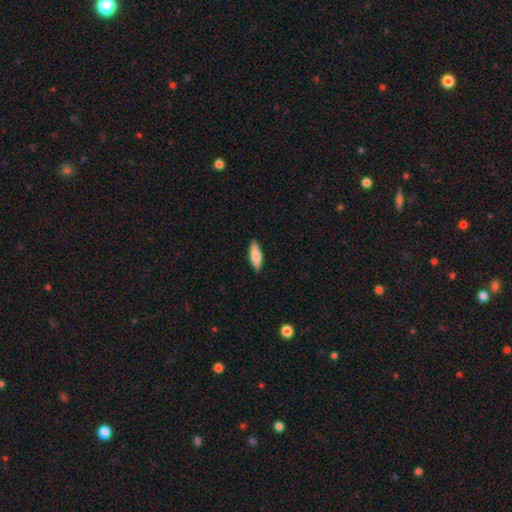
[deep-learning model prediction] The model was most divided on "how rounded": in between: 50%, cigar-shaped: 49%, round: 2%. More confident: merging — none (88%); smooth or featured — smooth (81%).